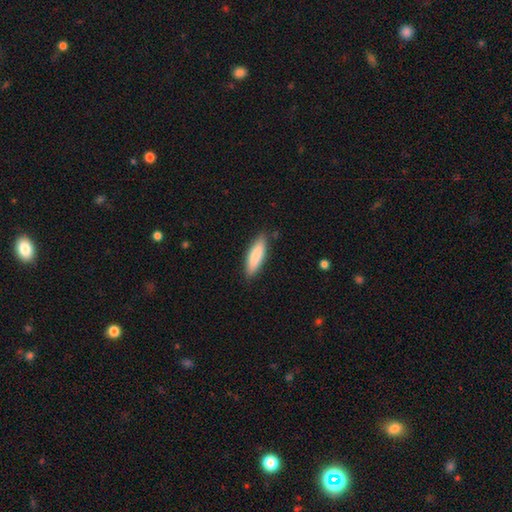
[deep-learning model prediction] This appears to be a smooth galaxy with no disk features (85%) that is cigar-shaped (57%). Merging: none (85%).